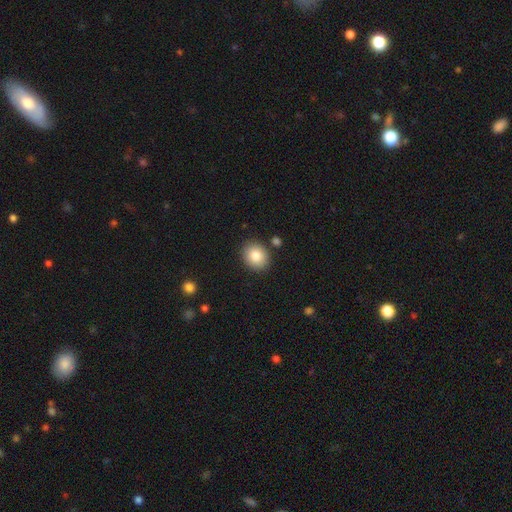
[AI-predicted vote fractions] Morphology: type=smooth (84%); roundness=round (61%); merging=none (85%).